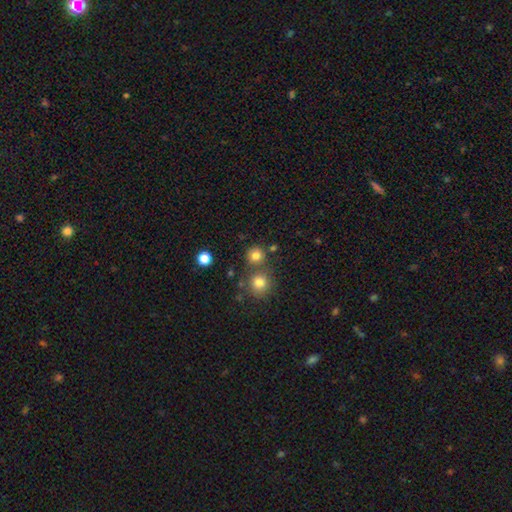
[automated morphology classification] The model was most divided on "merging": none: 72%, merger: 17%, minor disturbance: 8%, major disturbance: 3%. More confident: how rounded — round (92%); smooth or featured — smooth (78%).